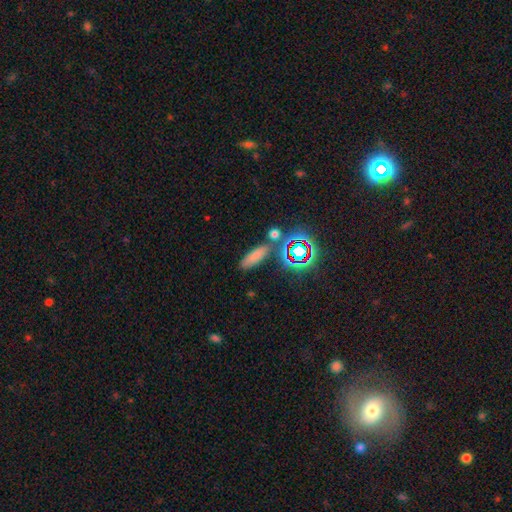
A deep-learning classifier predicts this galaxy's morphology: type=smooth (69%); roundness=in between (53%); merging=none (77%).